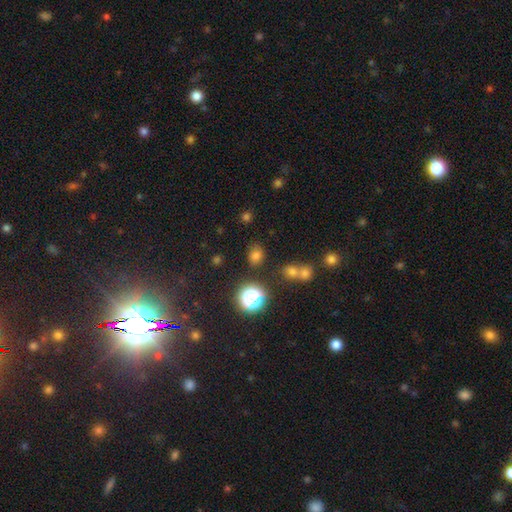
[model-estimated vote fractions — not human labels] Smooth or featured: smooth — 71% (star or artifact — 23%)
How rounded: round — 56% (in between — 43%)
Merging: none — 77% (minor disturbance — 12%)